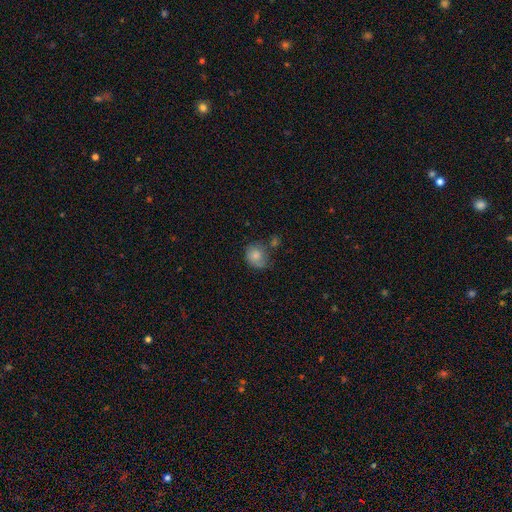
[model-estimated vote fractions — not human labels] Smooth or featured? Predicted: smooth (p=0.80). How rounded? Predicted: round (p=0.68). Merging? Predicted: none (p=0.51).